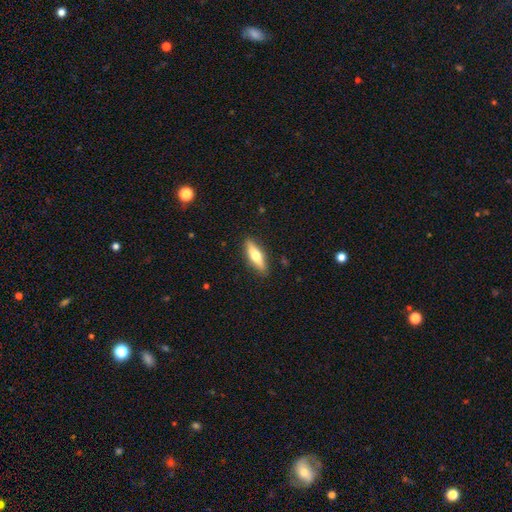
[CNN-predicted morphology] The model was most divided on "smooth or featured": smooth: 54%, featured or disk: 41%, star or artifact: 6%. More confident: merging — none (88%); how rounded — cigar-shaped (57%).